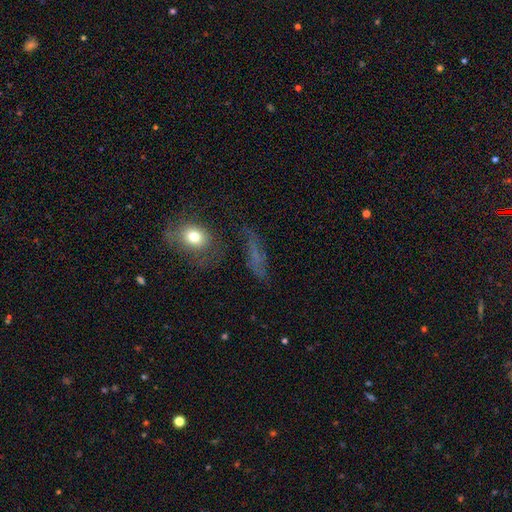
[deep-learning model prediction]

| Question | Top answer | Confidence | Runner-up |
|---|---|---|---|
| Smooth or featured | smooth | 42% | featured or disk (37%) |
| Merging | none | 58% | minor disturbance (21%) |